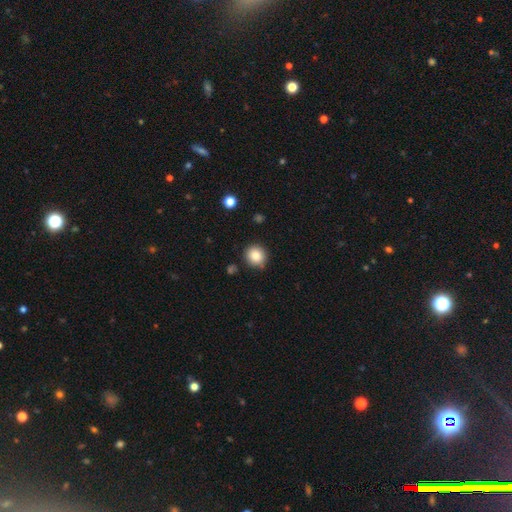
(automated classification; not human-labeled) The model was most divided on "smooth or featured": smooth: 85%, star or artifact: 10%, featured or disk: 5%. More confident: how rounded — round (90%); merging — none (87%).